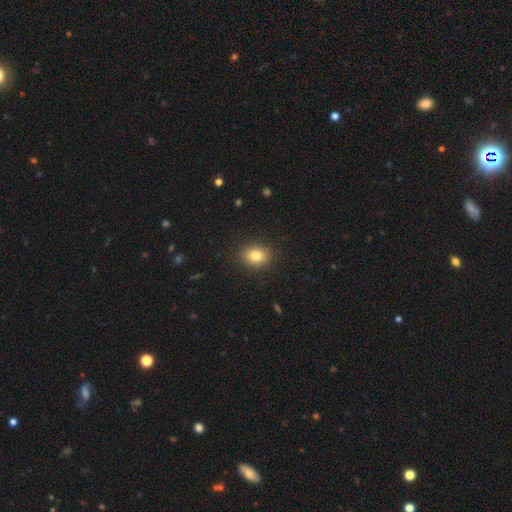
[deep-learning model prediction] This is clearly a smooth galaxy (83%). How rounded: possibly in between (56%). Merging: clearly none (88%).